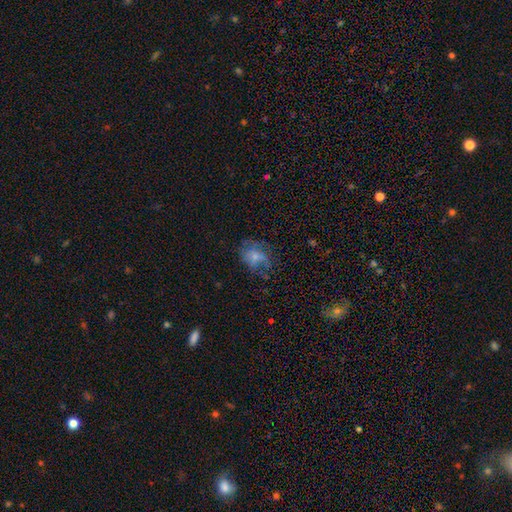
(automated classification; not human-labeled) Smooth or featured? Predicted: featured or disk (p=0.47). Merging? Predicted: none (p=0.59).